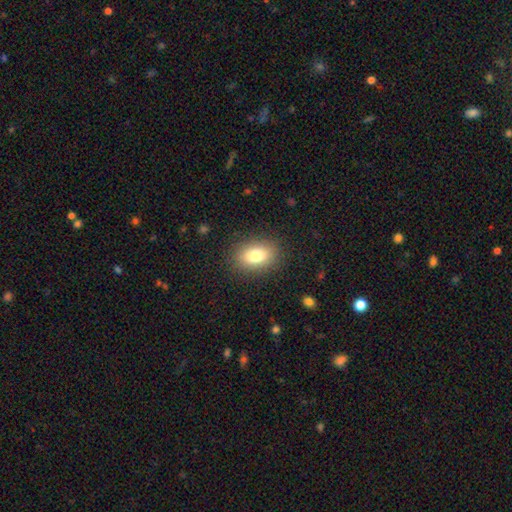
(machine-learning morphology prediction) A smooth galaxy with no disk features (80%) that is in between round and cigar-shaped (80%). Merging: none (87%).